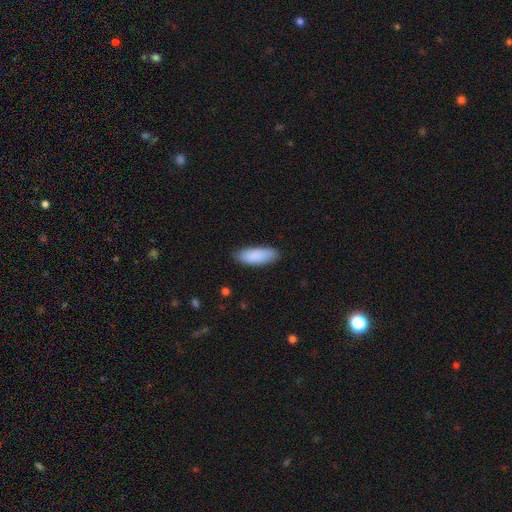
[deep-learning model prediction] smooth-or-featured: smooth: 89% | featured or disk: 6% | star or artifact: 5%
  how-rounded: in between: 70% | cigar-shaped: 28% | round: 2%
  merging: none: 84% | minor disturbance: 13% | major disturbance: 2% | merger: 1%